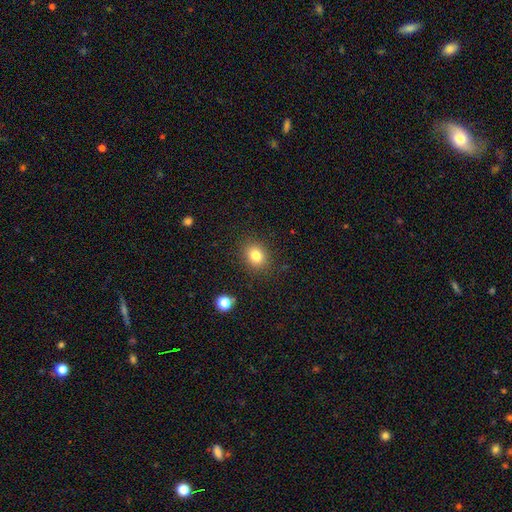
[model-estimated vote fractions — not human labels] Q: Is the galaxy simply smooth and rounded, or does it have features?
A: smooth — 81%.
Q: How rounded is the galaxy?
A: round — 56%.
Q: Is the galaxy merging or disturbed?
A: none — 87%.